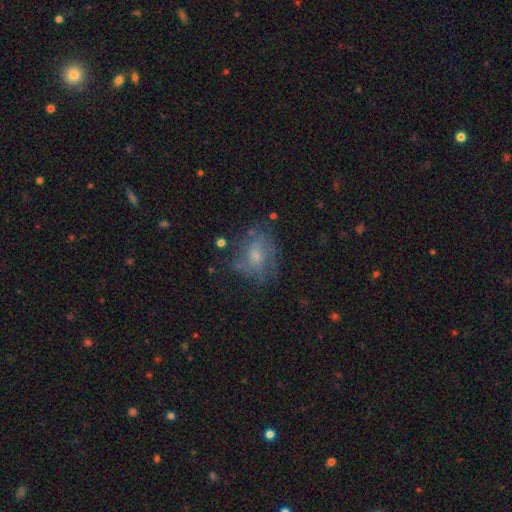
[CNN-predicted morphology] Q: Smooth or featured?
A: smooth (47%); runner-up: featured or disk (41%)
Q: Merging?
A: none (57%); runner-up: minor disturbance (24%)